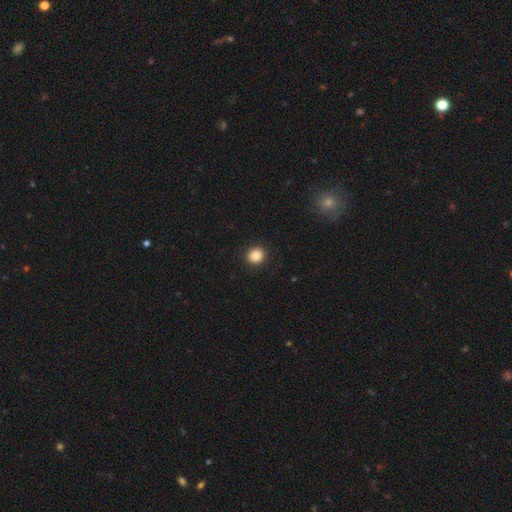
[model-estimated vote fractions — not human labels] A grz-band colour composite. It shows a smooth galaxy with no disk features (87%) that is round (84%). Merging: none (92%).